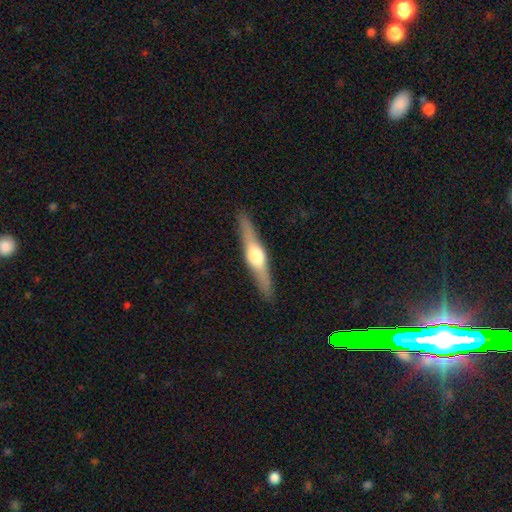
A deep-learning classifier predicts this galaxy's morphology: Smooth or featured? Predicted: featured or disk (p=0.70). Edge-on disk? Predicted: yes (p=0.96). Edge-on bulge? Predicted: rounded (p=0.92). Merging? Predicted: none (p=0.90).